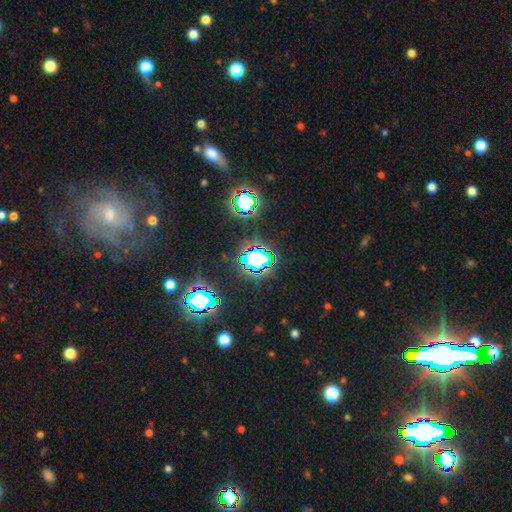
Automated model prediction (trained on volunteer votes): A star or artifact, not a galaxy (75%).

Vote fractions:
- Smooth or featured? star or artifact: 75% / smooth: 16% / featured or disk: 9%